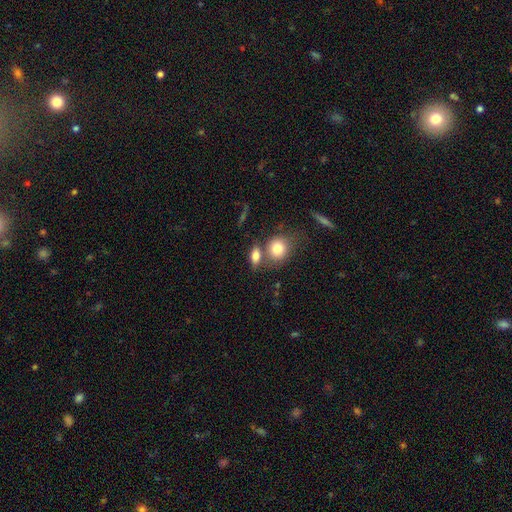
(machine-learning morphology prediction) A smooth galaxy with no disk features (79%) that is in between round and cigar-shaped (70%).

Vote fractions:
- Smooth or featured? smooth: 79% / featured or disk: 12% / star or artifact: 9%
- How rounded? in between: 70% / round: 23% / cigar-shaped: 8%
- Merging? none: 50% / merger: 32% / minor disturbance: 12% / major disturbance: 5%